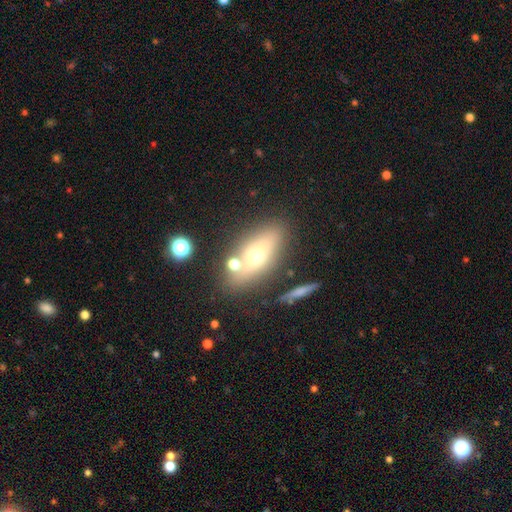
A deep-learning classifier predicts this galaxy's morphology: This is possibly a smooth galaxy (58%). How rounded: likely in between (72%). Merging: likely none (71%).